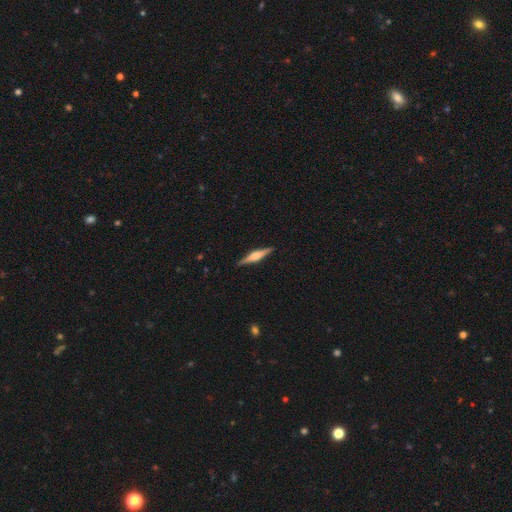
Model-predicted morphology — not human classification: A featured or disk galaxy (68%) viewed edge-on (98%) with a rounded central bulge (69%). Merging: none (90%).